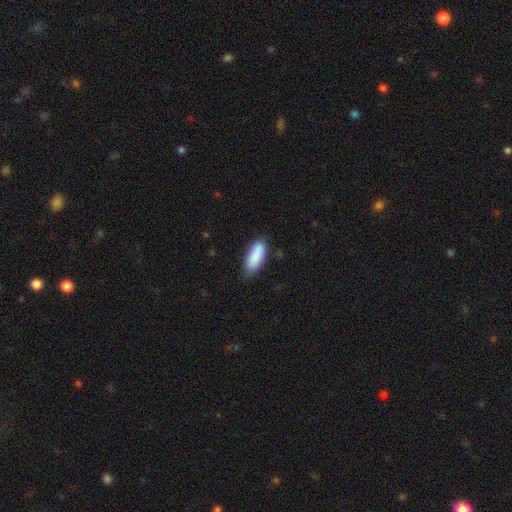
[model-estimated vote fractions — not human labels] smooth-or-featured: smooth: 86% | featured or disk: 8% | star or artifact: 6%
  how-rounded: in between: 79% | cigar-shaped: 19% | round: 2%
  merging: none: 68% | minor disturbance: 25% | major disturbance: 4% | merger: 3%